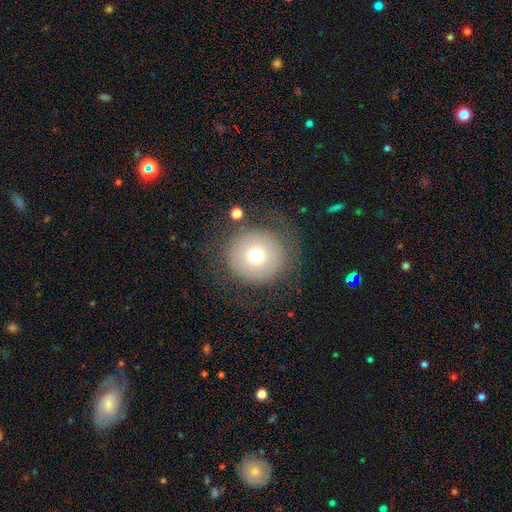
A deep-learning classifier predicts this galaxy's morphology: This is likely a smooth galaxy (69%). How rounded: clearly round (94%). Merging: likely none (73%).